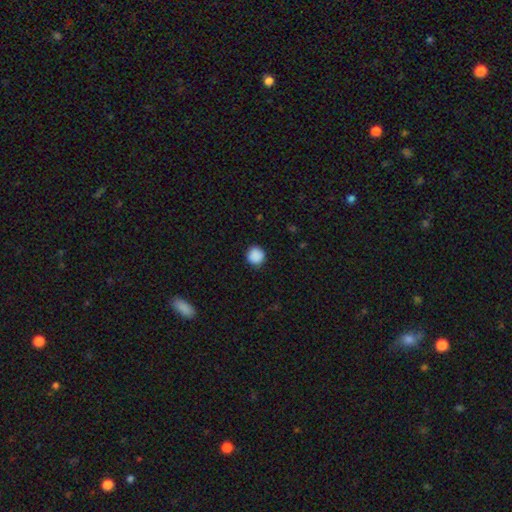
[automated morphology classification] A smooth galaxy with no disk features (89%) that is round (94%).

Vote fractions:
- Smooth or featured? smooth: 89% / star or artifact: 8% / featured or disk: 2%
- How rounded? round: 94% / in between: 5% / cigar-shaped: 1%
- Merging? none: 90% / minor disturbance: 7% / major disturbance: 2% / merger: 1%